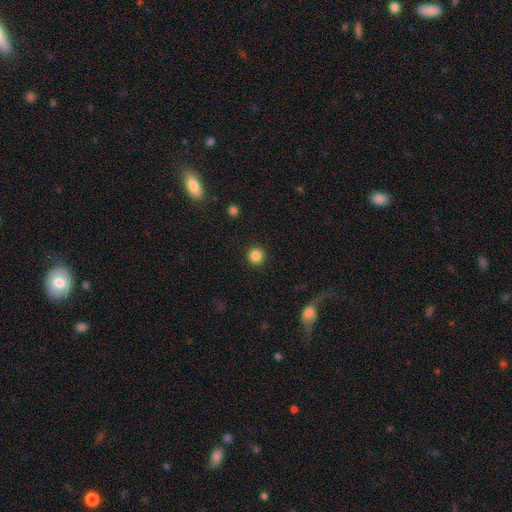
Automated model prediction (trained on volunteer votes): A smooth galaxy with no disk features (86%) that is round (95%). Merging: none (92%).